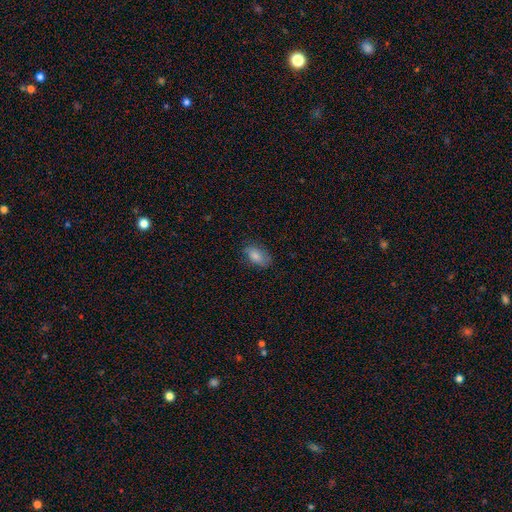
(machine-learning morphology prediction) type=smooth (81%); roundness=in between (92%); merging=none (74%).